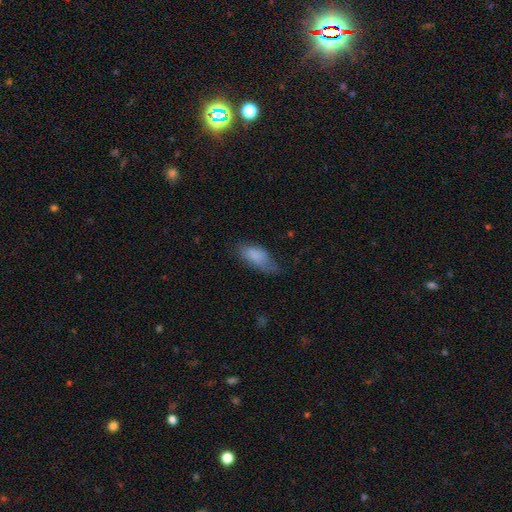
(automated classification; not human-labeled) Smooth or featured? Predicted: smooth (p=0.81). How rounded? Predicted: in between (p=0.85). Merging? Predicted: none (p=0.47).